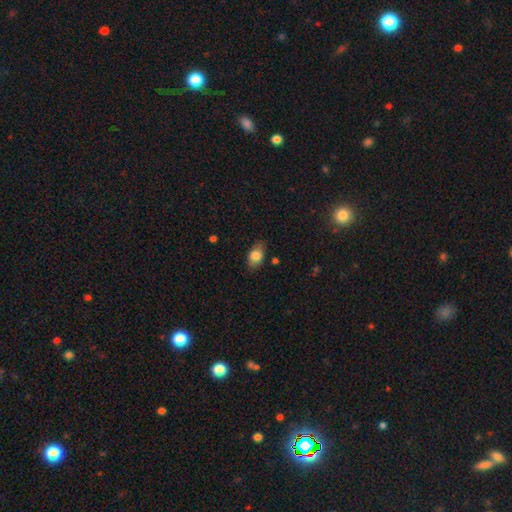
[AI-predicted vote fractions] smooth-or-featured: smooth: 81% | featured or disk: 11% | star or artifact: 8%
  how-rounded: in between: 87% | round: 11% | cigar-shaped: 2%
  merging: none: 79% | minor disturbance: 16% | major disturbance: 3% | merger: 1%